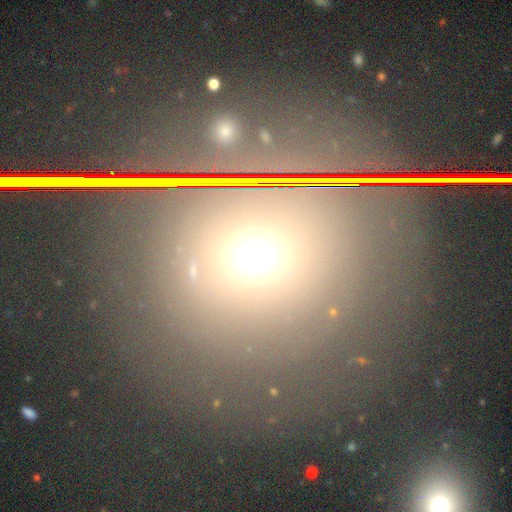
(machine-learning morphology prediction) The model was most divided on "smooth or featured": smooth: 43%, star or artifact: 35%, featured or disk: 22%. More confident: merging — none (73%).